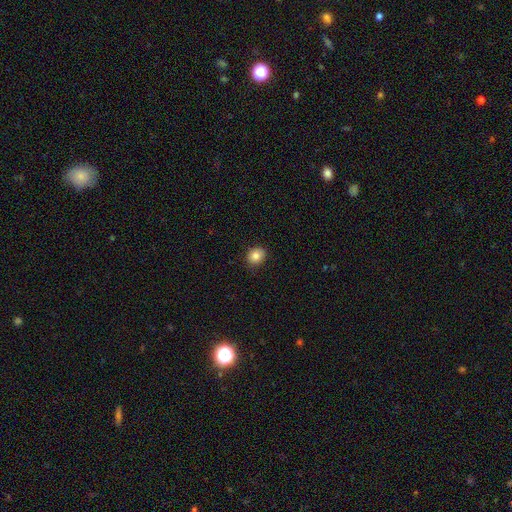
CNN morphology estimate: type=smooth (84%); roundness=round (76%); merging=none (87%).